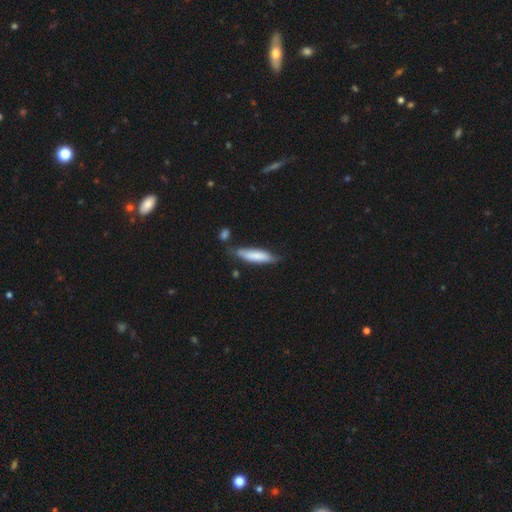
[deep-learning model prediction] Q: Smooth or featured?
A: smooth (73%); runner-up: featured or disk (22%)
Q: How rounded?
A: cigar-shaped (70%); runner-up: in between (28%)
Q: Merging?
A: none (59%); runner-up: minor disturbance (27%)